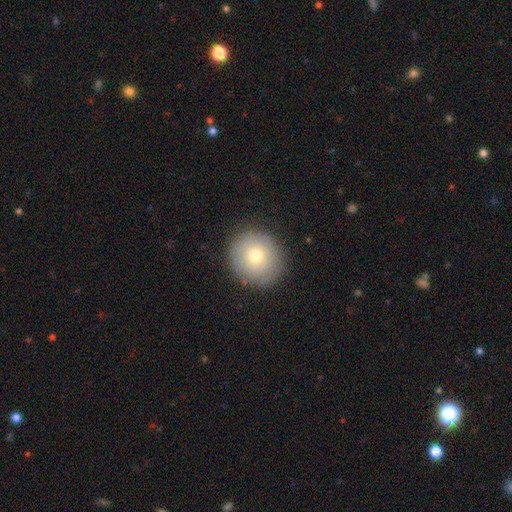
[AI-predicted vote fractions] smooth_or_featured: smooth (p=0.72) [alt: featured or disk p=0.17]
how_rounded: round (p=0.89) [alt: in between p=0.10]
merging: none (p=0.86) [alt: minor disturbance p=0.10]